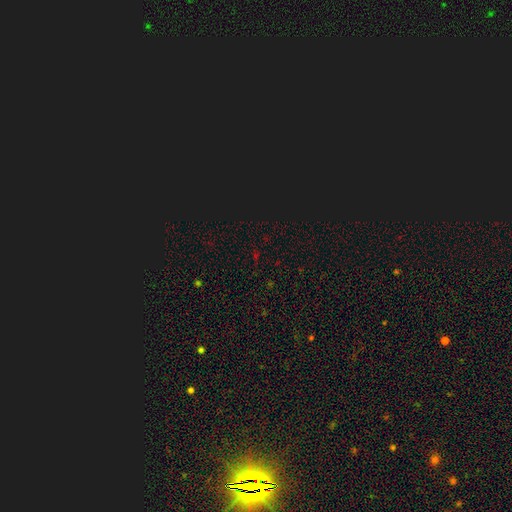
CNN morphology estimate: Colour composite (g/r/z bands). It shows a star or artifact, not a galaxy (73%).